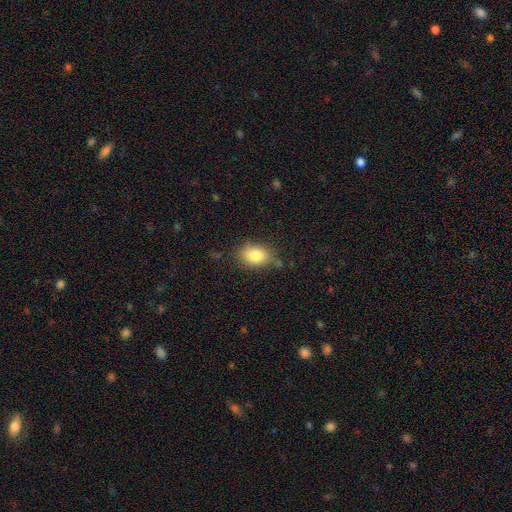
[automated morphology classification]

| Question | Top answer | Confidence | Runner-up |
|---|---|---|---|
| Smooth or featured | smooth | 84% | star or artifact (8%) |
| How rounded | in between | 79% | round (19%) |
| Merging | none | 75% | minor disturbance (18%) |